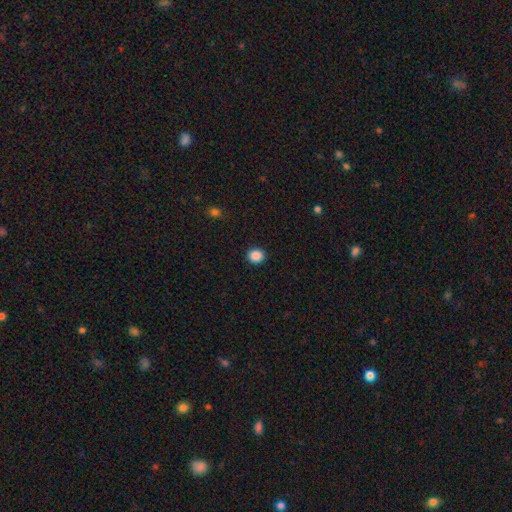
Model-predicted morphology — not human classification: A smooth galaxy with no disk features (88%) that is round (83%).

Vote fractions:
- Smooth or featured? smooth: 88% / star or artifact: 9% / featured or disk: 2%
- How rounded? round: 83% / in between: 17% / cigar-shaped: 1%
- Merging? none: 92% / minor disturbance: 6% / major disturbance: 2% / merger: 1%